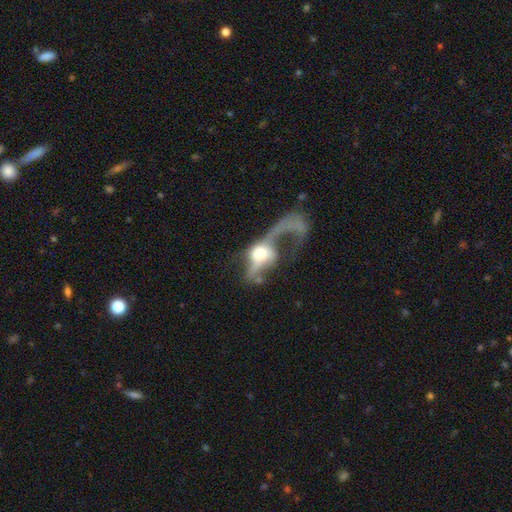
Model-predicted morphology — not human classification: Smooth or featured: featured or disk — 66% (smooth — 25%)
Edge-on disk: no — 81% (yes — 19%)
Bar: no — 71% (weak — 19%)
Spiral arms: yes — 53% (no — 47%)
Bulge size: moderate — 52% (large — 28%)
Merging: major disturbance — 63% (none — 16%)